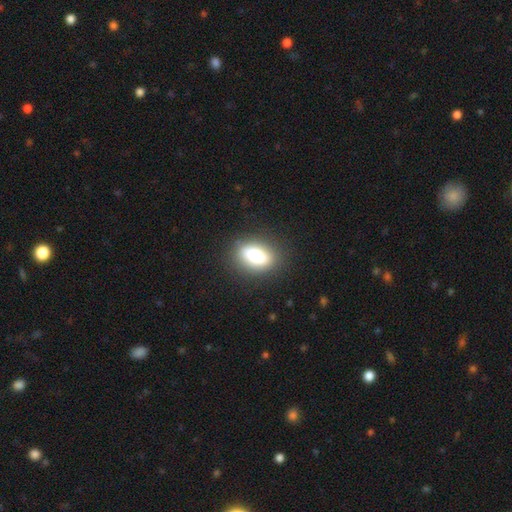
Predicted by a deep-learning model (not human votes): Smooth or featured? smooth (75%)
How rounded? in between (77%)
Merging? none (85%)